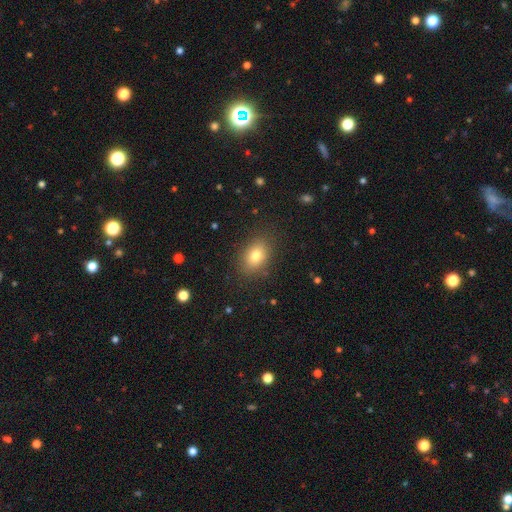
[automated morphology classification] This appears to be a smooth galaxy with no disk features (78%) that is in between round and cigar-shaped (74%). Merging: none (85%).